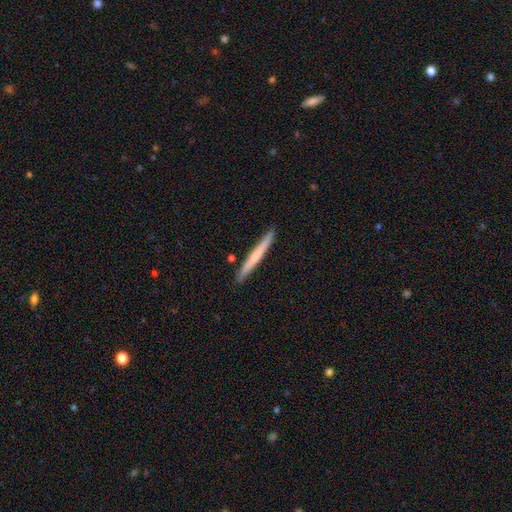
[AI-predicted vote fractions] This appears to be a smooth galaxy with no disk features (57%) that is cigar-shaped (97%). Merging: none (91%).